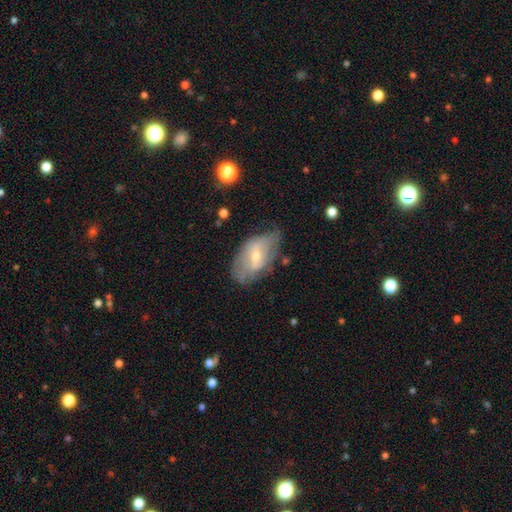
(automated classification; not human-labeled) smooth-or-featured: featured or disk: 61% | smooth: 31% | star or artifact: 7%
  disk-edge-on: no: 91% | yes: 9%
    bar: weak: 49% | no: 31% | strong: 20%
    has-spiral-arms: yes: 62% | no: 38%
    bulge-size: small: 49% | moderate: 47% | large: 2% | none: 2% | dominant: 1%
  merging: none: 53% | minor disturbance: 32% | major disturbance: 12% | merger: 3%